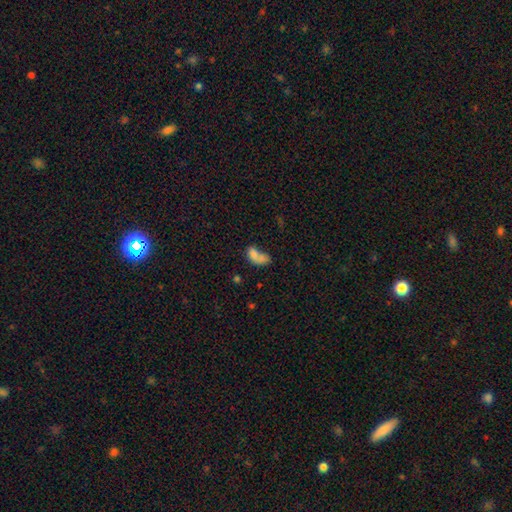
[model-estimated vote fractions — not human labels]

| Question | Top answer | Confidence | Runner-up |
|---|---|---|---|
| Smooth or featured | smooth | 71% | featured or disk (17%) |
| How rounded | in between | 84% | round (12%) |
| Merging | merger | 52% | none (21%) |